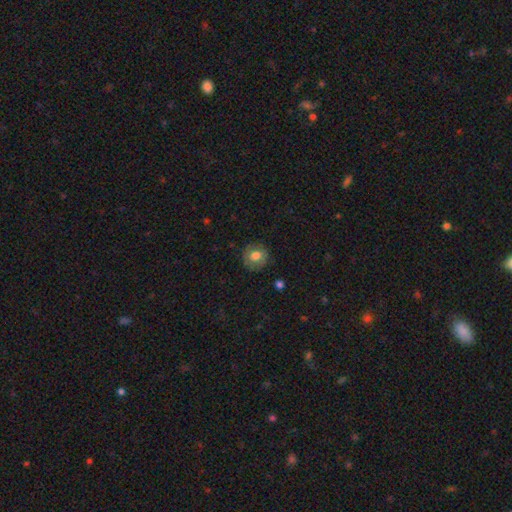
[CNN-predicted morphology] smooth 71%, featured or disk 20%, star or artifact 9%. Down the decision tree: how rounded — round (88%); merging — none (84%).